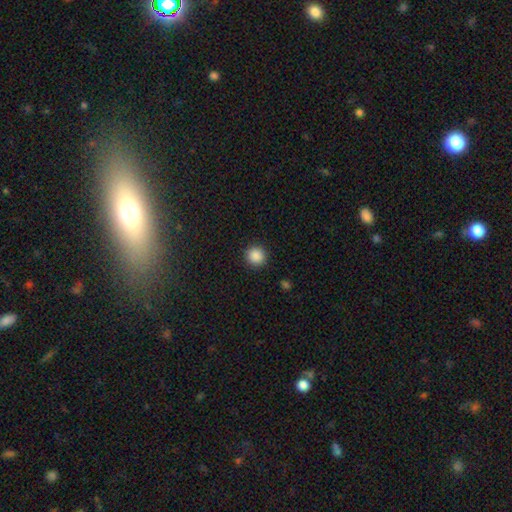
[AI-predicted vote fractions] smooth_or_featured: smooth (p=0.87) [alt: star or artifact p=0.10]
how_rounded: round (p=0.93) [alt: in between p=0.06]
merging: none (p=0.91) [alt: minor disturbance p=0.06]